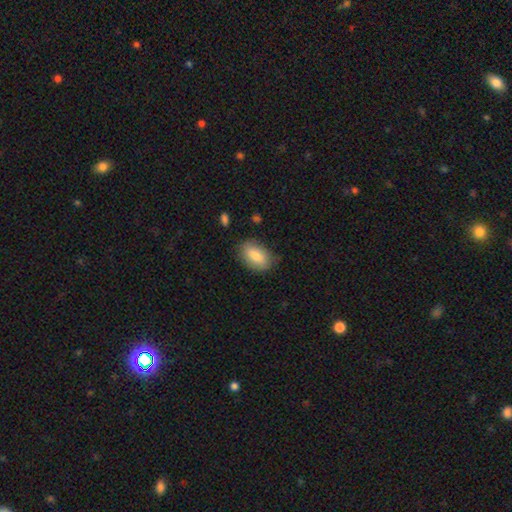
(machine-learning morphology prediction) A smooth galaxy with no disk features (81%) that is in between round and cigar-shaped (90%). Merging: none (79%).